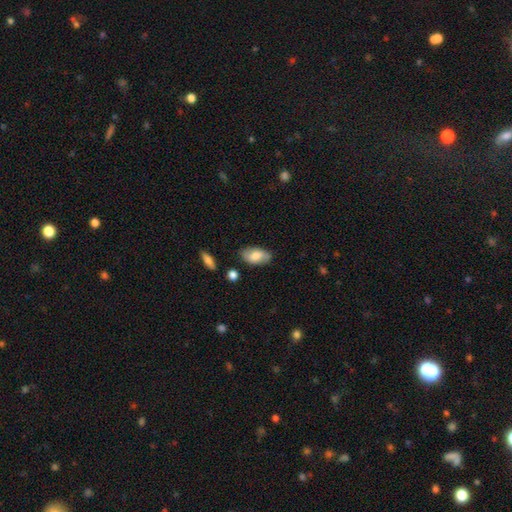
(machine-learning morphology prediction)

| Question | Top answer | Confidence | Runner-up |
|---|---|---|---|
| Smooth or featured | smooth | 69% | featured or disk (24%) |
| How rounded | in between | 93% | round (4%) |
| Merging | none | 77% | minor disturbance (17%) |